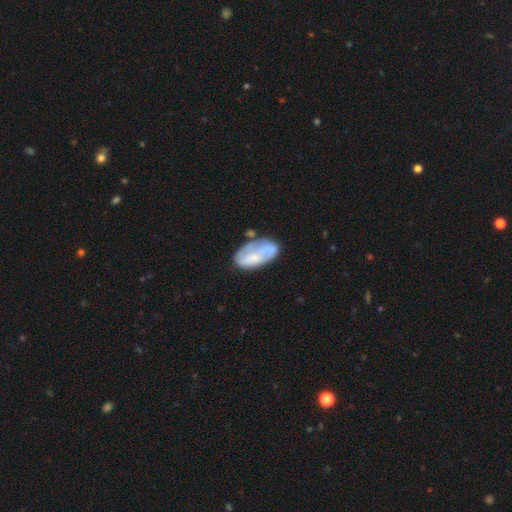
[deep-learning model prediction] Morphology: type=smooth (48%); merging=none (51%).